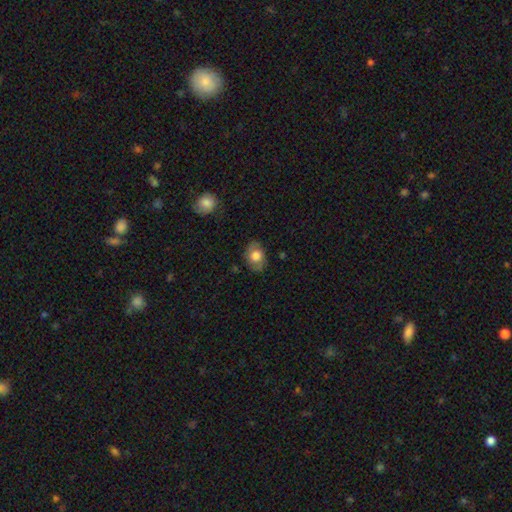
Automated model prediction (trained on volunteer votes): A smooth galaxy with no disk features (65%) that is in between round and cigar-shaped (74%).

Vote fractions:
- Smooth or featured? smooth: 65% / featured or disk: 27% / star or artifact: 8%
- How rounded? in between: 74% / round: 25% / cigar-shaped: 1%
- Merging? none: 79% / minor disturbance: 16% / major disturbance: 4% / merger: 1%